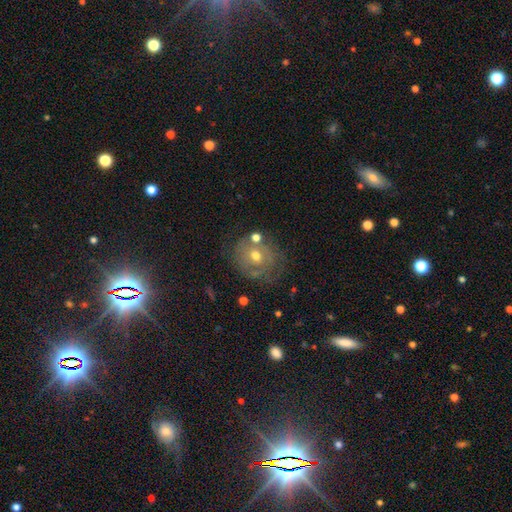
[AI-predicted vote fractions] Smooth or featured?
  - featured or disk: 50% *
  - smooth: 40%
  - star or artifact: 10%
Merging?
  - none: 60% *
  - minor disturbance: 21%
  - major disturbance: 11%
  - merger: 8%